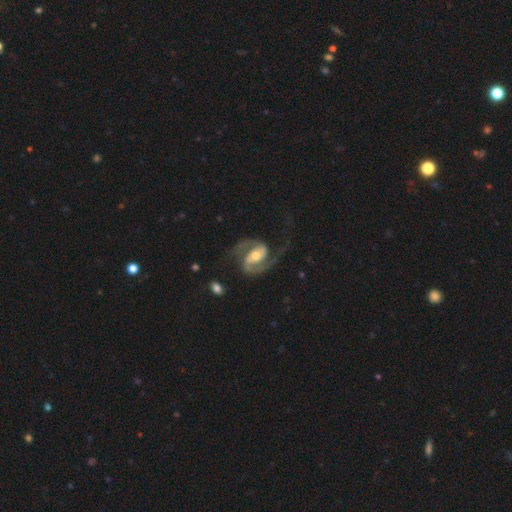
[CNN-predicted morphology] type=featured or disk (91%); edge-on=no (98%); bar=weak (39%); spiral arms=yes (98%); winding=medium (58%); arm count=2 (92%); bulge=moderate (68%); merging=none (66%).